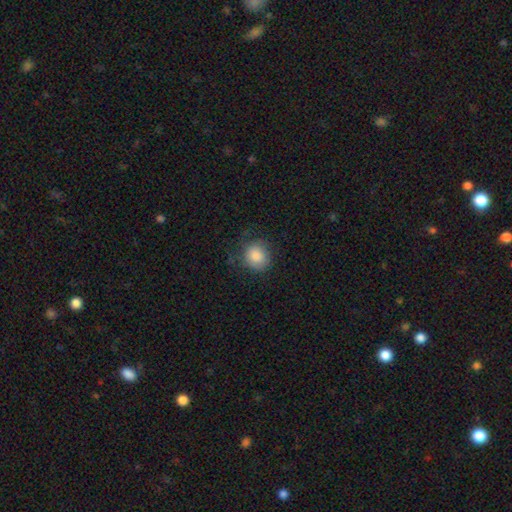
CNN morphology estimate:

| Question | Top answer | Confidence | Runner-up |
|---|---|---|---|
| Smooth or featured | smooth | 85% | featured or disk (8%) |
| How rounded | round | 81% | in between (18%) |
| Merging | none | 67% | minor disturbance (22%) |